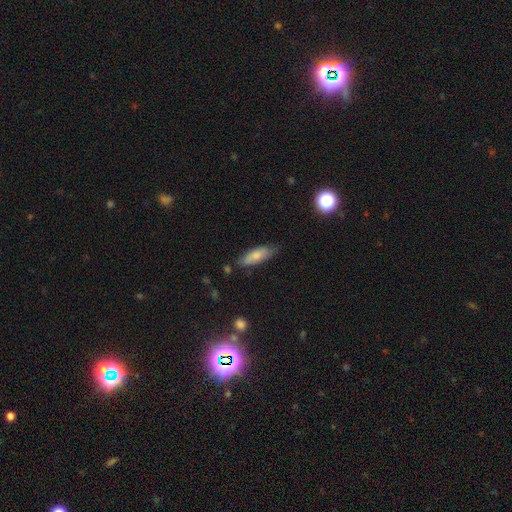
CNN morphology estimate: The model was most divided on "how rounded": in between: 63%, cigar-shaped: 36%, round: 2%. More confident: smooth or featured — smooth (74%); merging — none (67%).